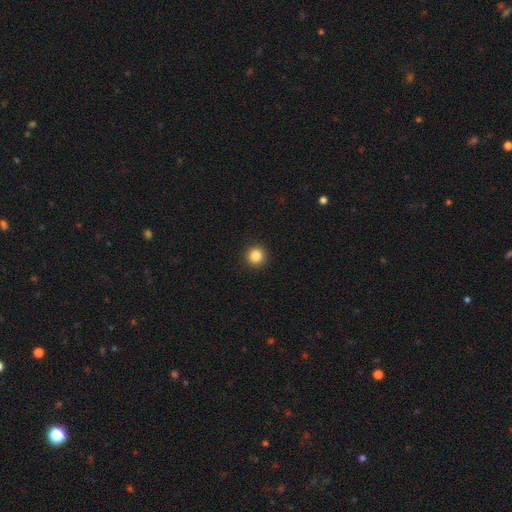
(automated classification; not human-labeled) Overall: smooth (85%). How rounded: round (95%). Merging: none (93%).